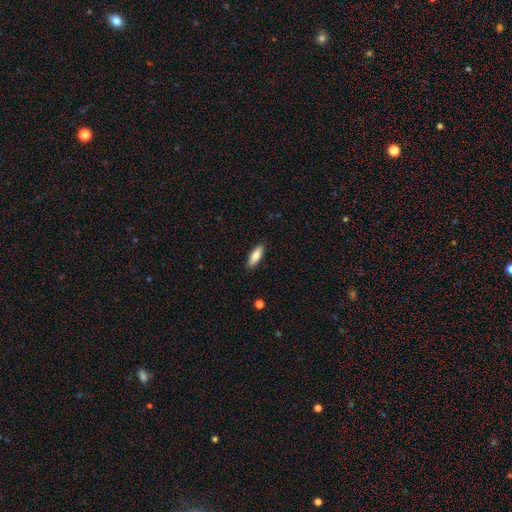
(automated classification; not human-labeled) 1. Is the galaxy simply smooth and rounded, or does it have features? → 82% smooth, 12% featured or disk, 6% star or artifact.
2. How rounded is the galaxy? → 64% in between, 34% cigar-shaped, 2% round.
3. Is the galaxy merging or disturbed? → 89% none, 8% minor disturbance, 2% major disturbance, 1% merger.